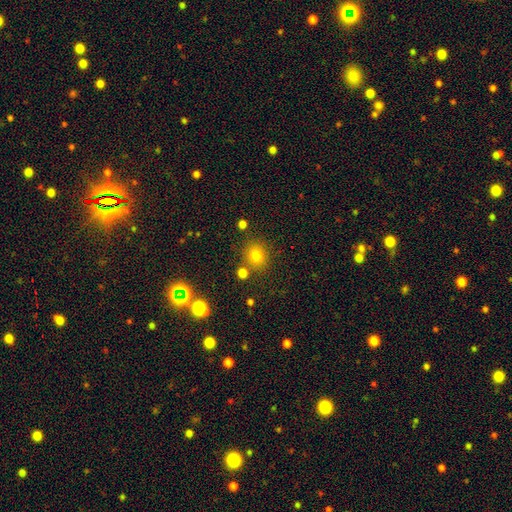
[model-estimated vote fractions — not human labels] A smooth galaxy with no disk features (76%) that is round (83%).

Vote fractions:
- Smooth or featured? smooth: 76% / star or artifact: 17% / featured or disk: 7%
- How rounded? round: 83% / in between: 16% / cigar-shaped: 1%
- Merging? none: 78% / minor disturbance: 9% / merger: 9% / major disturbance: 3%